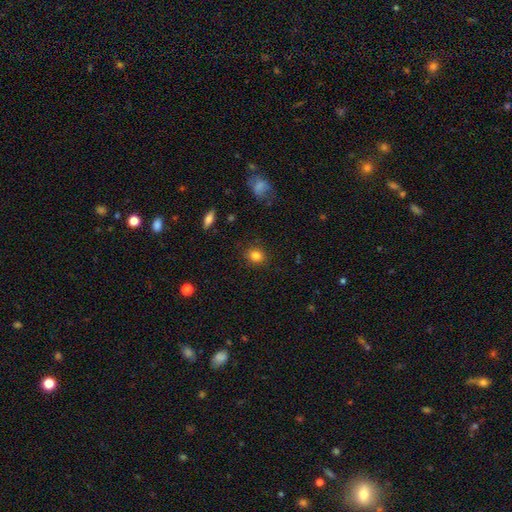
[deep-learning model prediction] Smooth or featured? Predicted: smooth (p=0.83). How rounded? Predicted: round (p=0.77). Merging? Predicted: none (p=0.87).